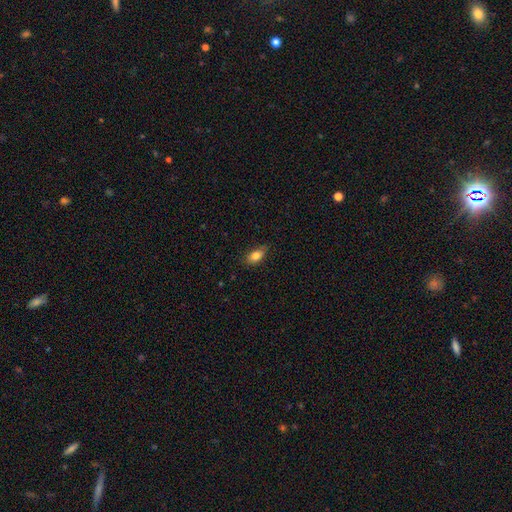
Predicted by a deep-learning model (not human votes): A smooth galaxy with no disk features (81%) that is in between round and cigar-shaped (85%). Merging: none (75%).